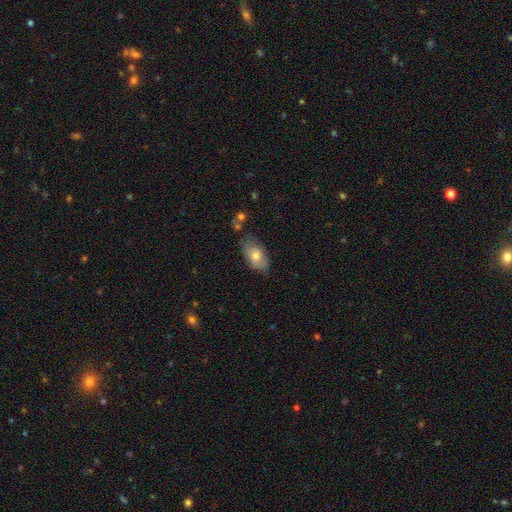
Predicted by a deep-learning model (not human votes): Overall: smooth (68%). How rounded: in between (90%). Merging: none (58%; minor disturbance 29%).